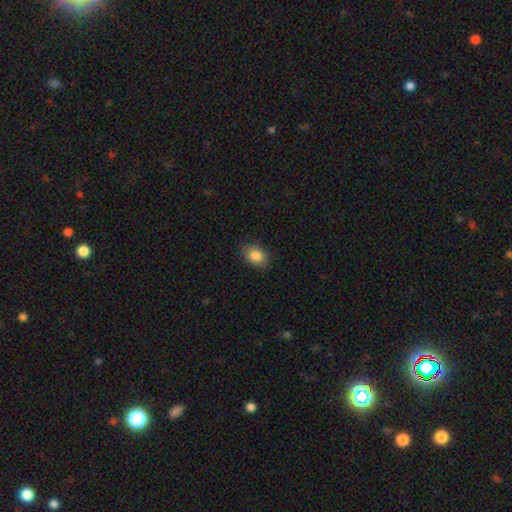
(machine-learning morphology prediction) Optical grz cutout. It shows a smooth galaxy with no disk features (84%) that is in between round and cigar-shaped (77%). Merging: none (81%).